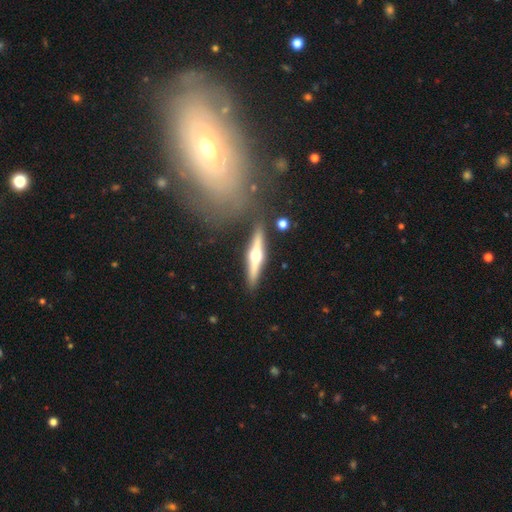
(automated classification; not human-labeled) Smooth or featured: featured or disk — 69% (smooth — 25%)
Edge-on disk: yes — 96% (no — 4%)
Edge-on bulge: rounded — 95% (boxy — 3%)
Merging: none — 85% (minor disturbance — 9%)